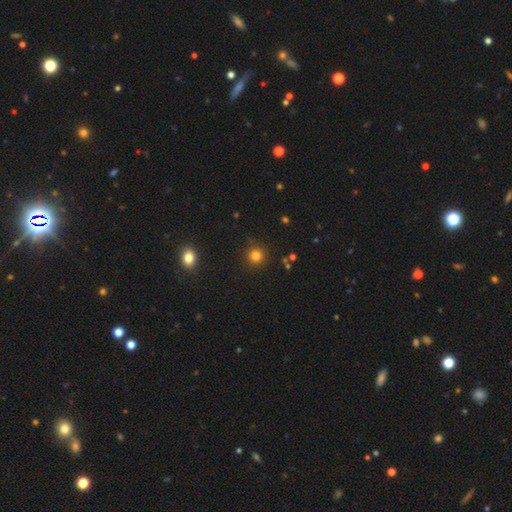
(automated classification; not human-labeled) This is likely a smooth galaxy (80%). How rounded: clearly round (94%). Merging: clearly none (90%).